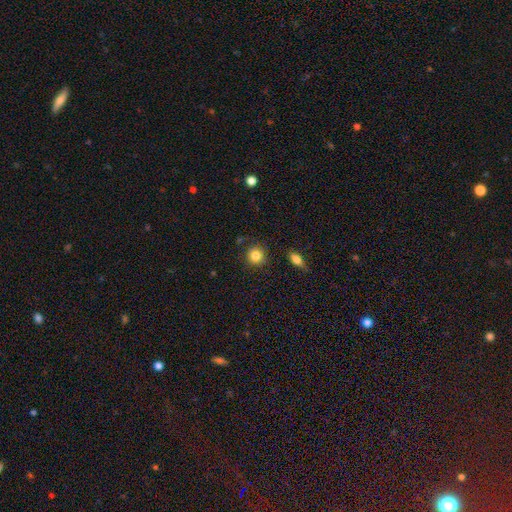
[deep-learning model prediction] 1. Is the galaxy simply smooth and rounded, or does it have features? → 85% smooth, 10% star or artifact, 5% featured or disk.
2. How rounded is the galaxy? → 91% round, 8% in between, 1% cigar-shaped.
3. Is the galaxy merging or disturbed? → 86% none, 9% minor disturbance, 3% merger, 3% major disturbance.